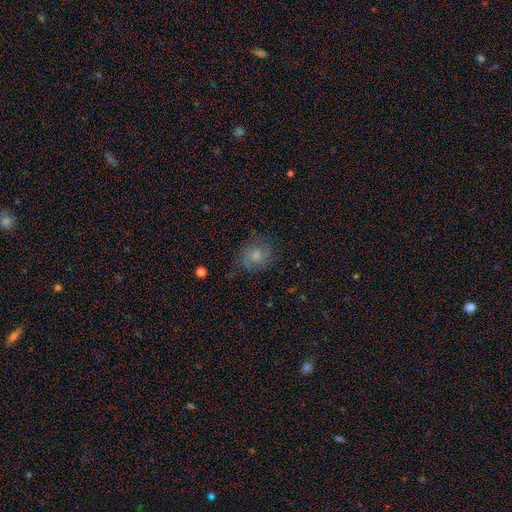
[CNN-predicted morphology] smooth-or-featured: featured or disk: 49% | smooth: 39% | star or artifact: 11%
  merging: none: 67% | minor disturbance: 20% | major disturbance: 12% | merger: 1%